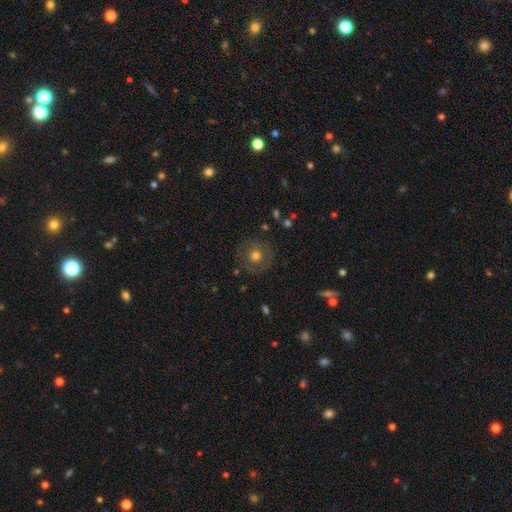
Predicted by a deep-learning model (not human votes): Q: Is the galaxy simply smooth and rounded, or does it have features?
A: smooth — 63%.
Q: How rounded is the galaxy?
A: round — 94%.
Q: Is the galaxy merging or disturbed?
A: none — 83%.